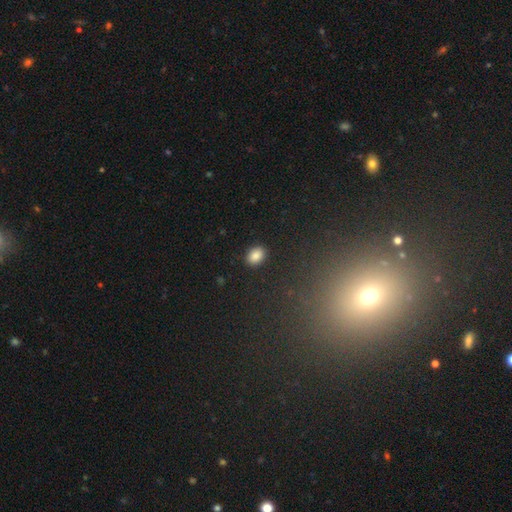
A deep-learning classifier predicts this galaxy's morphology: type=smooth (87%); roundness=in between (74%); merging=none (88%).